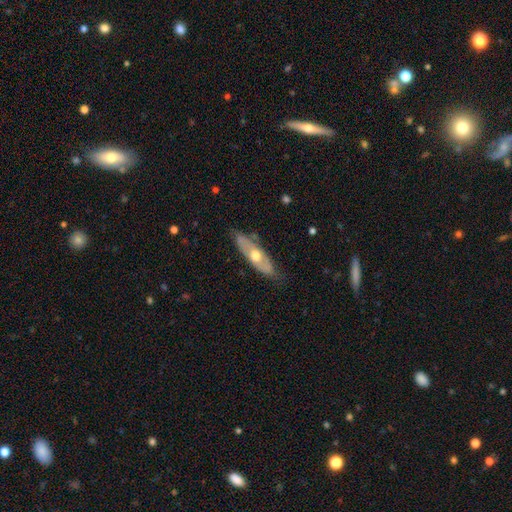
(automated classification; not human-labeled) smooth_or_featured: featured or disk (p=0.56) [alt: smooth p=0.39]
disk_edge_on: no (p=0.61) [alt: yes p=0.39]
merging: none (p=0.73) [alt: minor disturbance p=0.20]